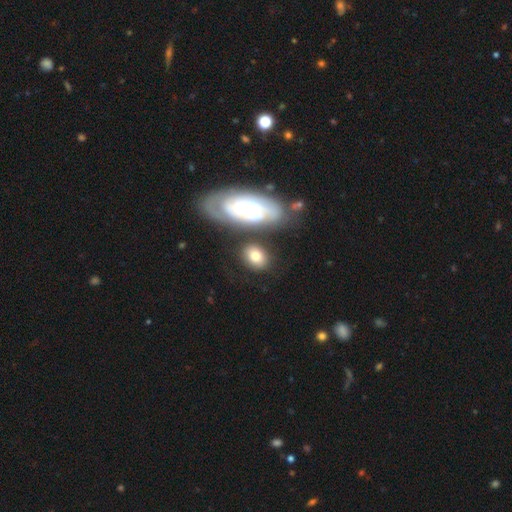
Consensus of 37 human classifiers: Morphology: type=smooth (78%); roundness=in between (62%); merging=none (44%).